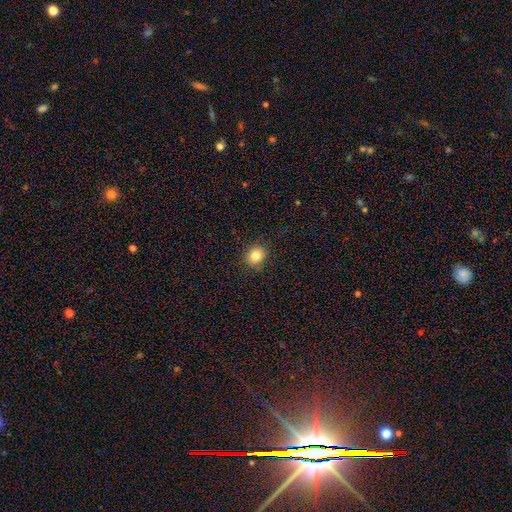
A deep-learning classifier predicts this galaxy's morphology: smooth-or-featured: smooth: 84% | star or artifact: 11% | featured or disk: 6%
  how-rounded: round: 73% | in between: 26% | cigar-shaped: 1%
  merging: none: 88% | minor disturbance: 9% | major disturbance: 2% | merger: 1%